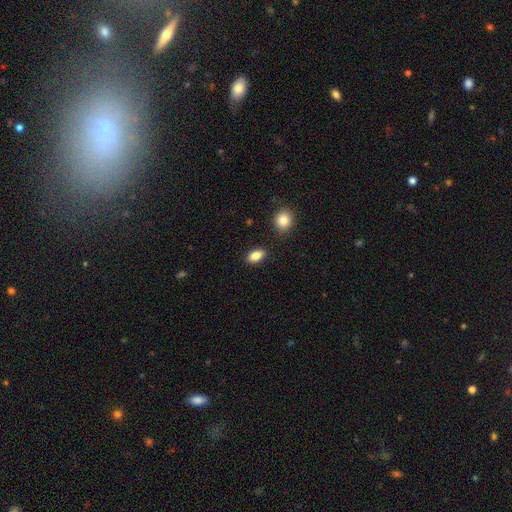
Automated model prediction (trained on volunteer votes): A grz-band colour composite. It shows a smooth galaxy with no disk features (86%) that is in between round and cigar-shaped (89%). Merging: none (87%).